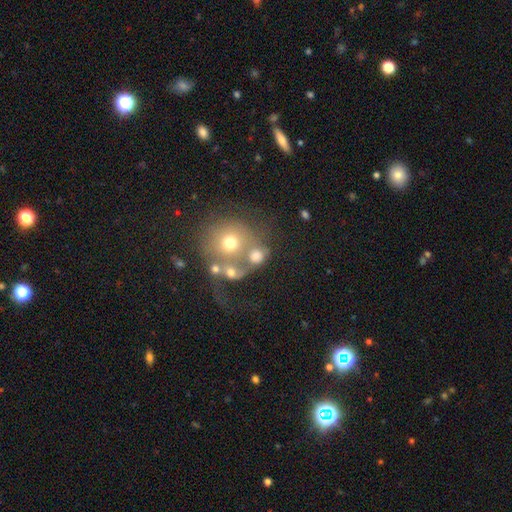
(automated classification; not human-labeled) smooth 55%, featured or disk 30%, star or artifact 15%. Down the decision tree: how rounded — round (75%); merging — merger (46%).